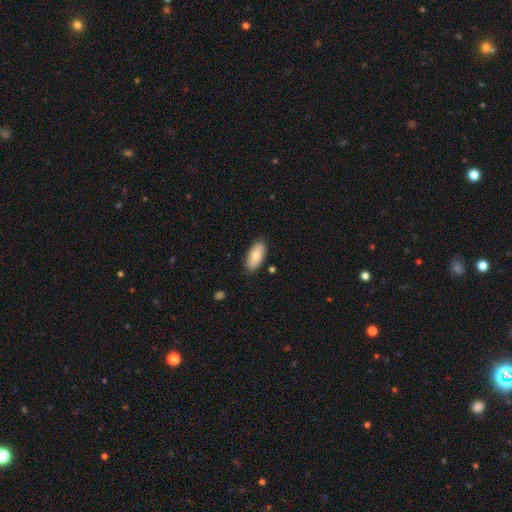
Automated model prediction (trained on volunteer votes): Smooth or featured?
  - smooth: 78% *
  - featured or disk: 16%
  - star or artifact: 6%
How rounded?
  - in between: 92% *
  - cigar-shaped: 6%
  - round: 2%
Merging?
  - none: 86% *
  - minor disturbance: 11%
  - major disturbance: 2%
  - merger: 2%